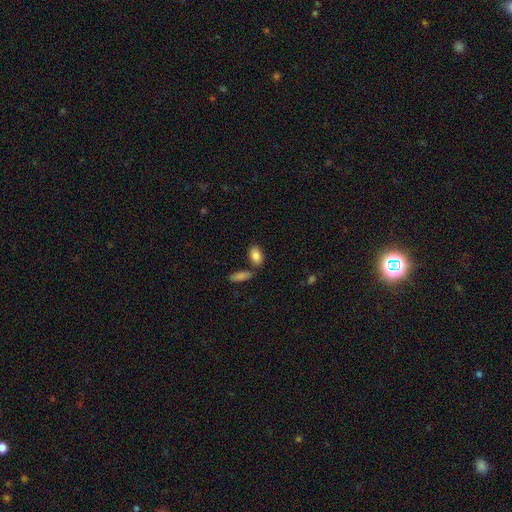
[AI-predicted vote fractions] Q: Smooth or featured?
A: smooth (87%); runner-up: star or artifact (7%)
Q: How rounded?
A: in between (90%); runner-up: round (6%)
Q: Merging?
A: none (70%); runner-up: merger (16%)